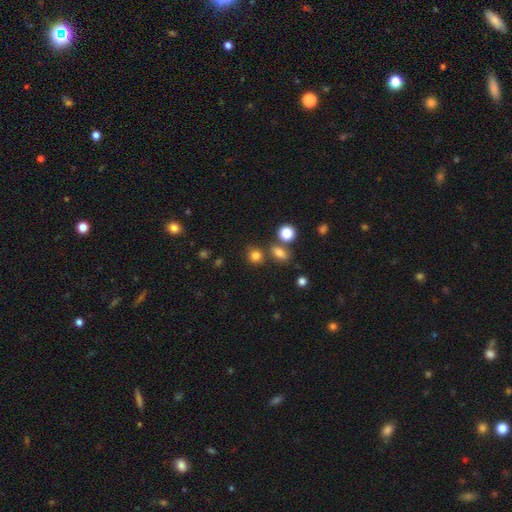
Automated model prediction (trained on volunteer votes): A smooth galaxy with no disk features (80%) that is round (78%). Merging: none (72%).